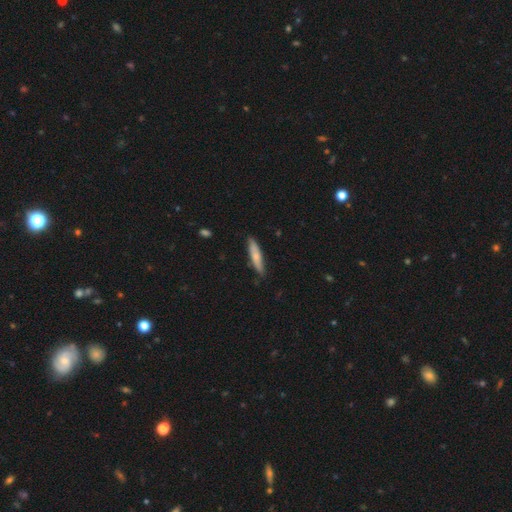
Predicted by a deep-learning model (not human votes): A smooth galaxy with no disk features (70%) that is cigar-shaped (84%). Merging: none (84%).